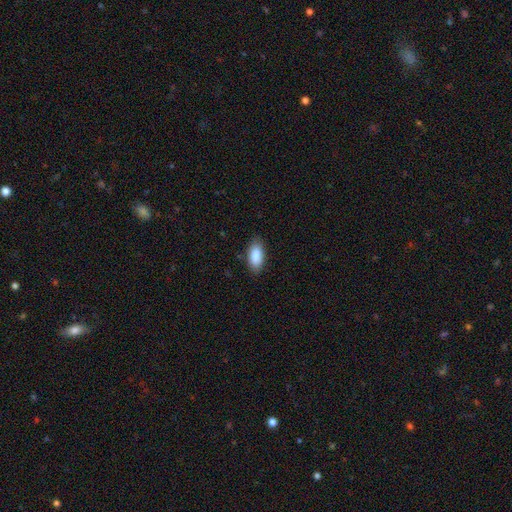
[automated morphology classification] This appears to be a smooth galaxy with no disk features (88%) that is in between round and cigar-shaped (89%). Merging: none (85%).